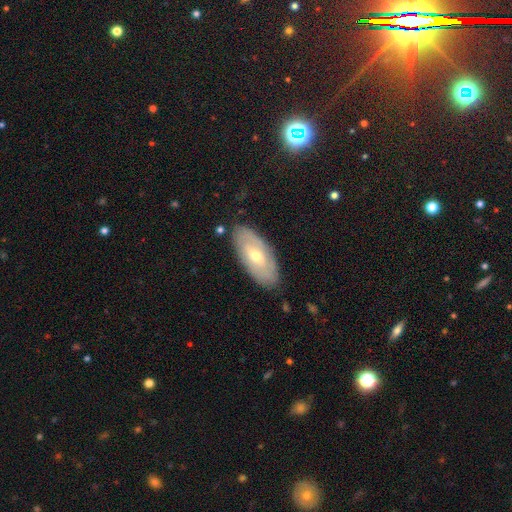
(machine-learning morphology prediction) Smooth or featured? featured or disk (54%)
Edge-on disk? no (84%)
Merging? none (83%)